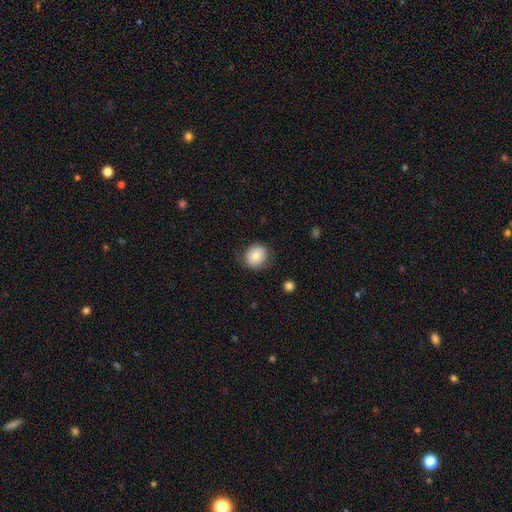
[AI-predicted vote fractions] The model was most divided on "smooth or featured": smooth: 77%, featured or disk: 14%, star or artifact: 9%. More confident: how rounded — round (83%); merging — none (82%).